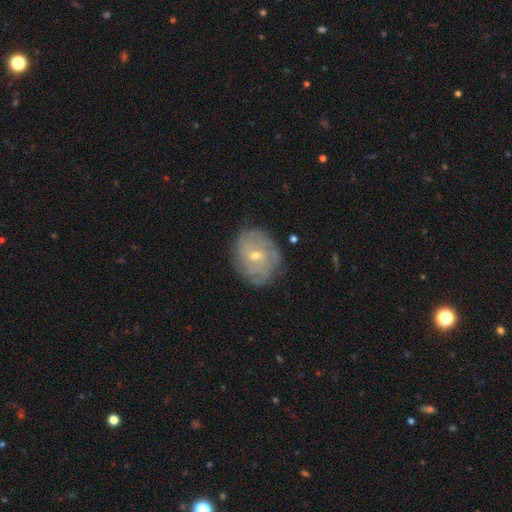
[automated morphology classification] Smooth or featured?
  - featured or disk: 68% *
  - smooth: 23%
  - star or artifact: 9%
Edge-on disk?
  - no: 97% *
  - yes: 3%
Bar?
  - no: 57% *
  - weak: 37%
  - strong: 6%
Spiral arms?
  - yes: 81% *
  - no: 19%
Spiral winding?
  - tight: 65% *
  - medium: 25%
  - loose: 10%
Spiral arm count?
  - can't tell: 57% *
  - 2: 13%
  - 3: 10%
  - 4: 10%
  - more than 4: 6%
  - 1: 5%
Bulge size?
  - small: 53% *
  - moderate: 44%
  - large: 1%
  - none: 1%
  - dominant: 1%
Merging?
  - none: 78% *
  - minor disturbance: 16%
  - major disturbance: 5%
  - merger: 1%